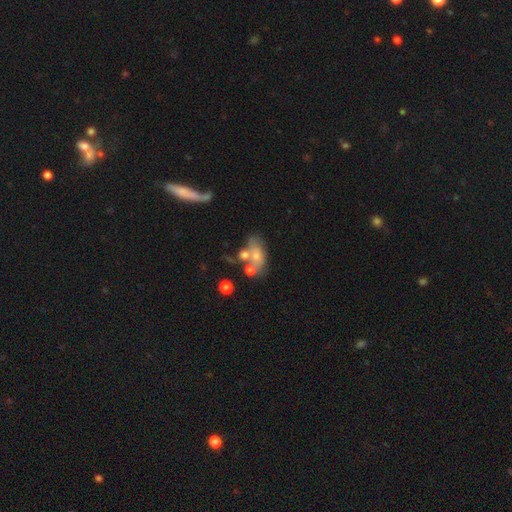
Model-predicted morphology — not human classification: Overall: smooth (57%; featured or disk 32%). How rounded: in between (82%). Merging: merger (40%; none 30%).